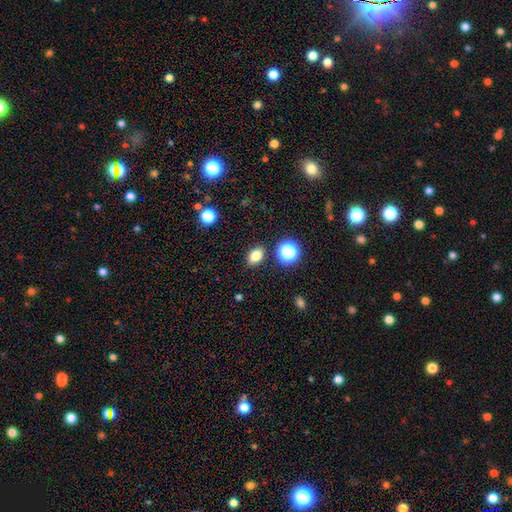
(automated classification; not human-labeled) Morphology: type=smooth (79%); roundness=in between (72%); merging=none (85%).